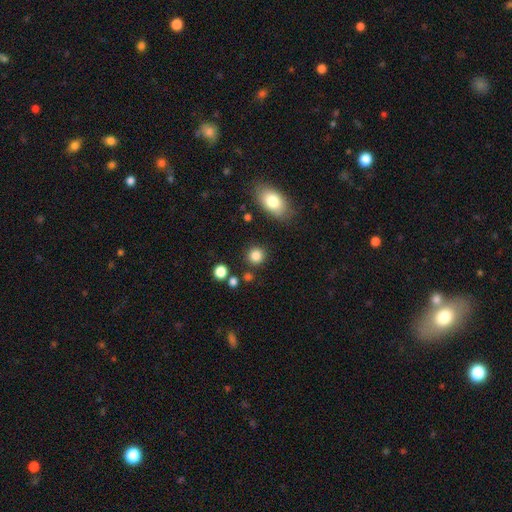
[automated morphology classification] A smooth galaxy with no disk features (85%) that is round (88%). Merging: none (87%).